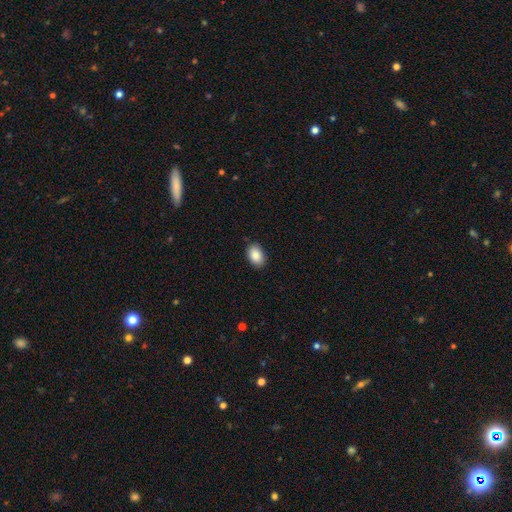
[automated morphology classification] Q: Smooth or featured?
A: smooth (87%); runner-up: star or artifact (7%)
Q: How rounded?
A: in between (83%); runner-up: round (16%)
Q: Merging?
A: none (89%); runner-up: minor disturbance (9%)